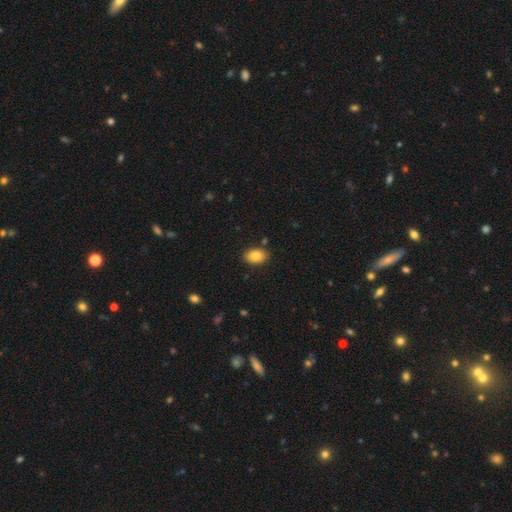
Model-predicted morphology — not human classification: smooth 83%, featured or disk 9%, star or artifact 8%. Down the decision tree: how rounded — in between (83%); merging — none (85%).